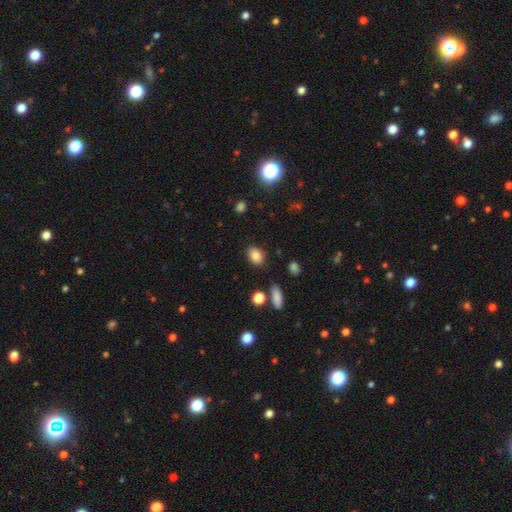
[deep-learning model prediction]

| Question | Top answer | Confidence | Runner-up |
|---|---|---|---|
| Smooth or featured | smooth | 84% | star or artifact (10%) |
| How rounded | in between | 75% | round (23%) |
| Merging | none | 83% | minor disturbance (11%) |